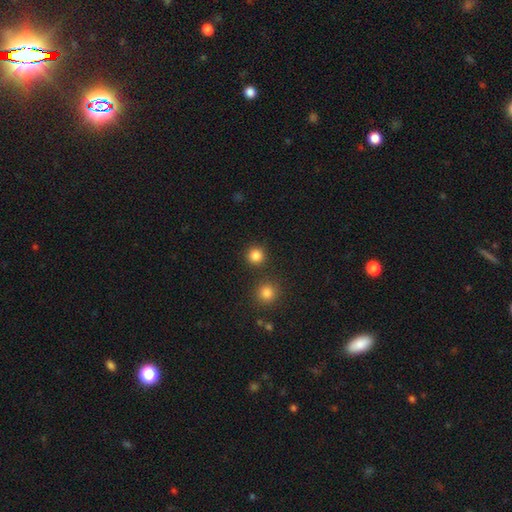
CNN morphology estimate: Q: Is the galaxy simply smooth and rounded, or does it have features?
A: smooth — 84%.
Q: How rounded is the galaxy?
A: round — 94%.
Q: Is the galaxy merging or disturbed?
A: none — 88%.